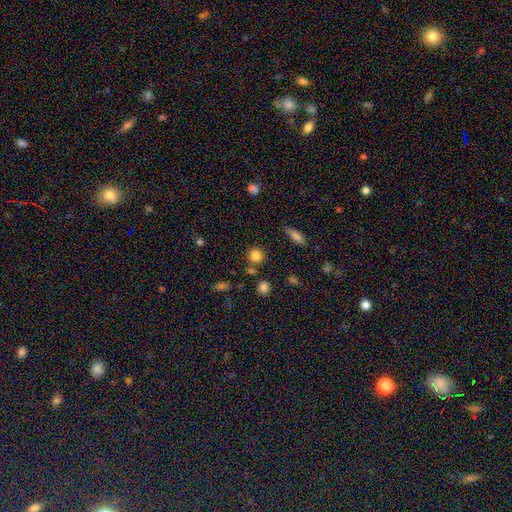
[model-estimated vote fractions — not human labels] Smooth or featured? smooth (82%)
How rounded? round (87%)
Merging? none (79%)